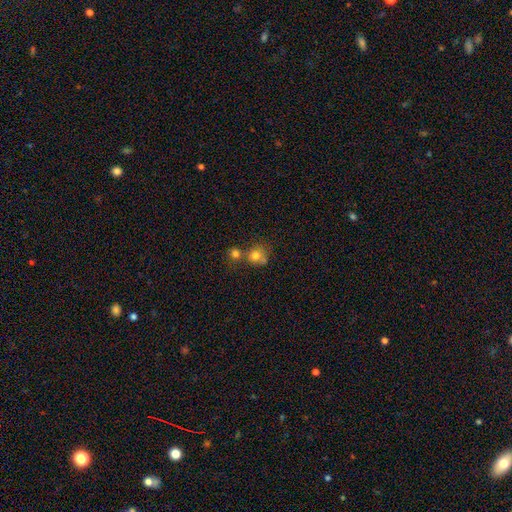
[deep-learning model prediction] Smooth or featured: smooth — 76% (star or artifact — 13%)
How rounded: round — 80% (in between — 19%)
Merging: none — 43% (merger — 40%)